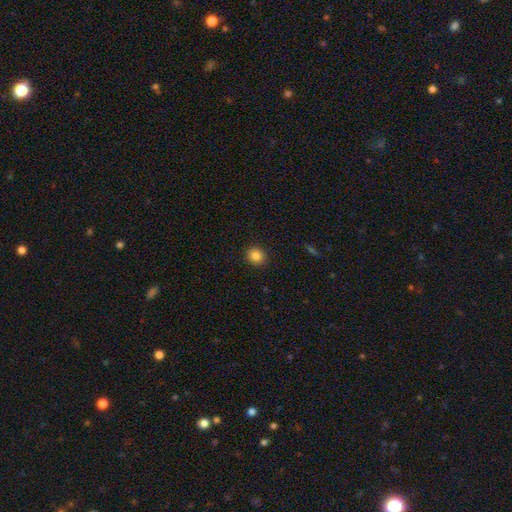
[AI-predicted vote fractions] smooth_or_featured: smooth (p=0.85) [alt: star or artifact p=0.11]
how_rounded: round (p=0.81) [alt: in between p=0.18]
merging: none (p=0.91) [alt: minor disturbance p=0.06]